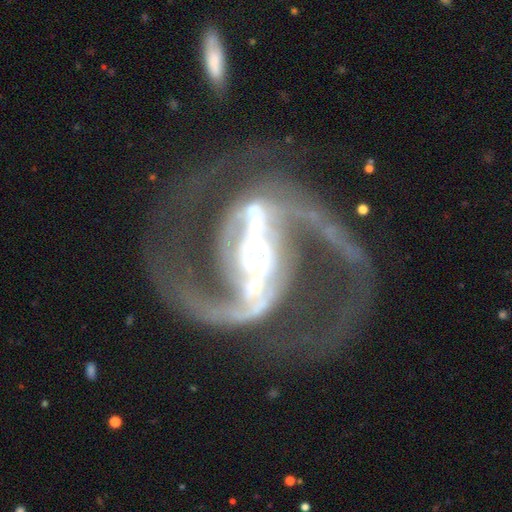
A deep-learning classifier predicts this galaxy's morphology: Q: Smooth or featured?
A: featured or disk (94%); runner-up: star or artifact (4%)
Q: Edge-on disk?
A: no (97%); runner-up: yes (3%)
Q: Bar?
A: strong (79%); runner-up: weak (15%)
Q: Spiral arms?
A: yes (98%); runner-up: no (2%)
Q: Spiral winding?
A: medium (65%); runner-up: loose (20%)
Q: Spiral arm count?
A: 2 (94%); runner-up: 3 (1%)
Q: Bulge size?
A: moderate (58%); runner-up: small (26%)
Q: Merging?
A: none (73%); runner-up: major disturbance (12%)